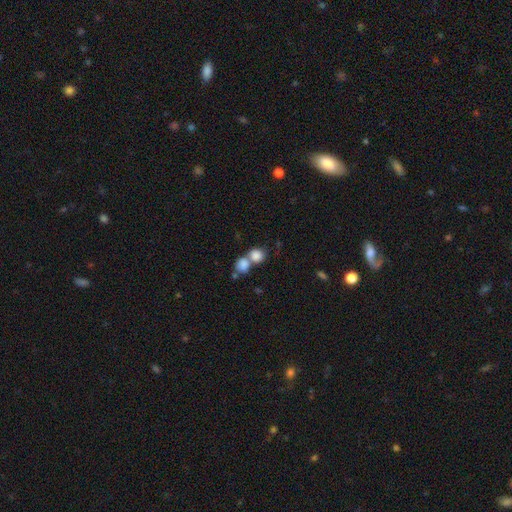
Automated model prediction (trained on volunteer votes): smooth-or-featured: smooth: 84% | star or artifact: 9% | featured or disk: 7%
  how-rounded: round: 76% | in between: 23% | cigar-shaped: 1%
  merging: merger: 58% | none: 32% | minor disturbance: 6% | major disturbance: 3%